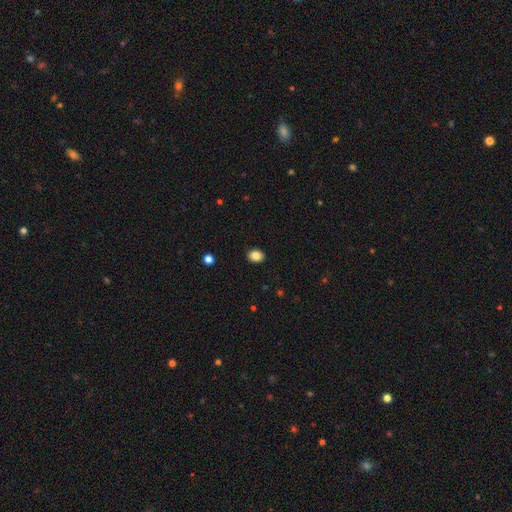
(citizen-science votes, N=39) Q: Smooth or featured?
A: smooth (87%); runner-up: star or artifact (8%)
Q: How rounded?
A: in between (68%); runner-up: round (29%)
Q: Merging?
A: none (86%); runner-up: minor disturbance (14%)